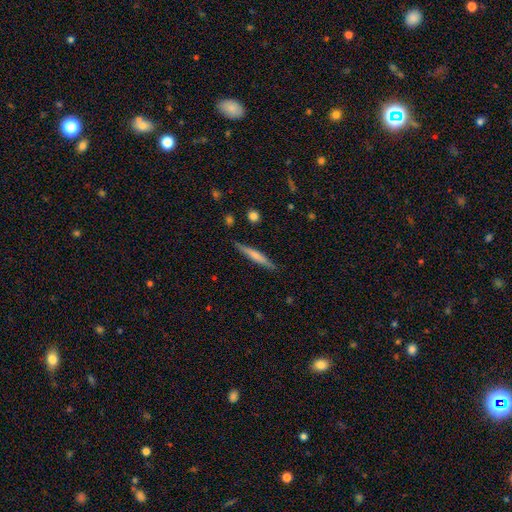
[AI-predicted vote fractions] A smooth galaxy with no disk features (53%) that is cigar-shaped (94%).

Vote fractions:
- Smooth or featured? smooth: 53% / featured or disk: 42% / star or artifact: 6%
- How rounded? cigar-shaped: 94% / in between: 4% / round: 1%
- Merging? none: 87% / minor disturbance: 9% / major disturbance: 2% / merger: 2%